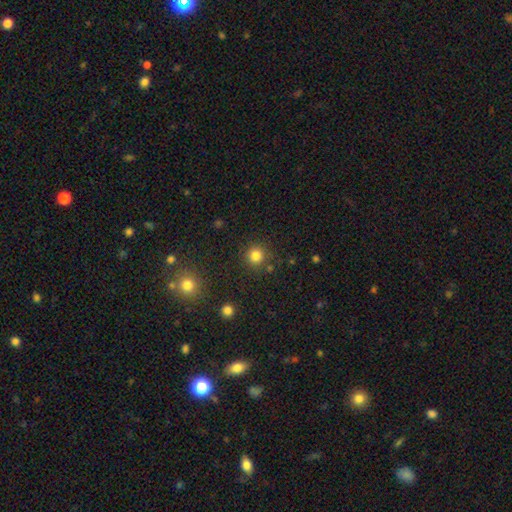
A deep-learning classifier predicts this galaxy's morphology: This is clearly a smooth galaxy (83%). How rounded: clearly round (94%). Merging: clearly none (86%).